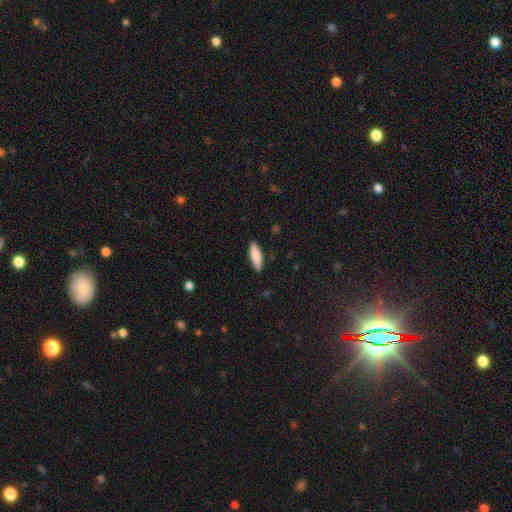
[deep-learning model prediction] A smooth galaxy with no disk features (83%) that is cigar-shaped (58%).

Vote fractions:
- Smooth or featured? smooth: 83% / featured or disk: 11% / star or artifact: 6%
- How rounded? cigar-shaped: 58% / in between: 40% / round: 2%
- Merging? none: 88% / minor disturbance: 9% / major disturbance: 2% / merger: 1%